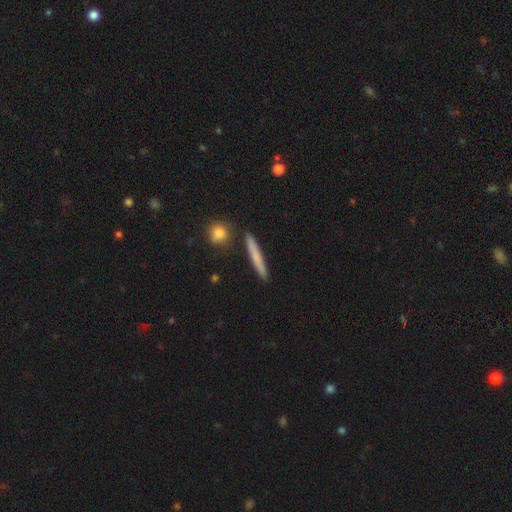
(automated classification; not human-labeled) smooth 69%, featured or disk 25%, star or artifact 6%. Down the decision tree: how rounded — cigar-shaped (95%); merging — none (88%).